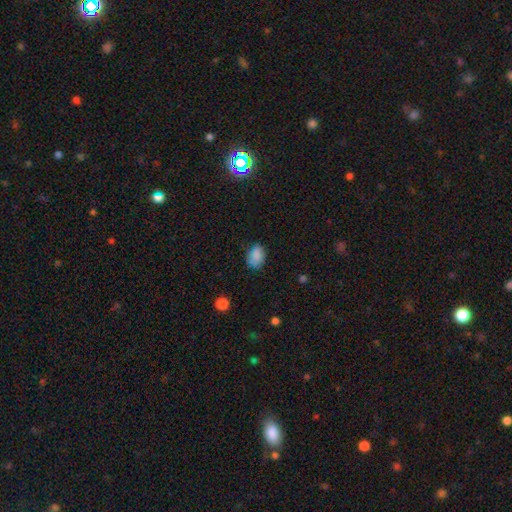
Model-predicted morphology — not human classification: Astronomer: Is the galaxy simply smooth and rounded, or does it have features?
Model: smooth — 85%.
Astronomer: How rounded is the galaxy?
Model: in between — 72%.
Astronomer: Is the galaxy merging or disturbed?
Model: none — 72%.